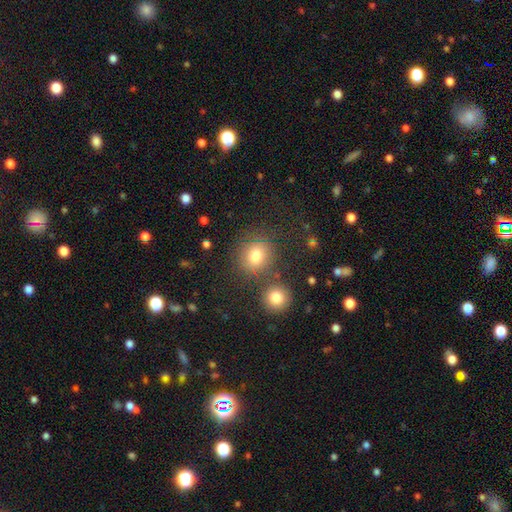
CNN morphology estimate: type=smooth (78%); roundness=round (81%); merging=none (72%).